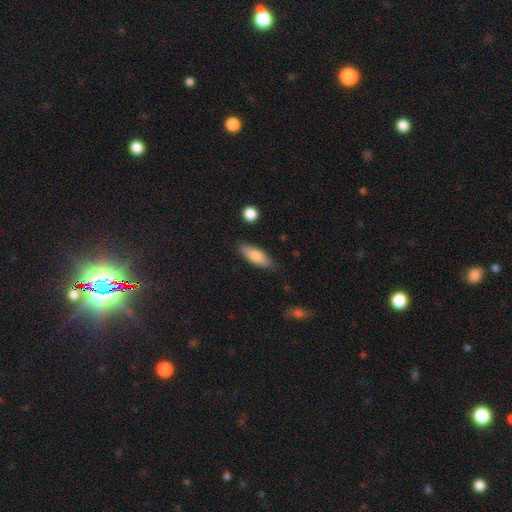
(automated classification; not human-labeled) smooth-or-featured: smooth: 79% | featured or disk: 15% | star or artifact: 6%
  how-rounded: in between: 69% | cigar-shaped: 29% | round: 2%
  merging: none: 80% | minor disturbance: 15% | major disturbance: 3% | merger: 2%